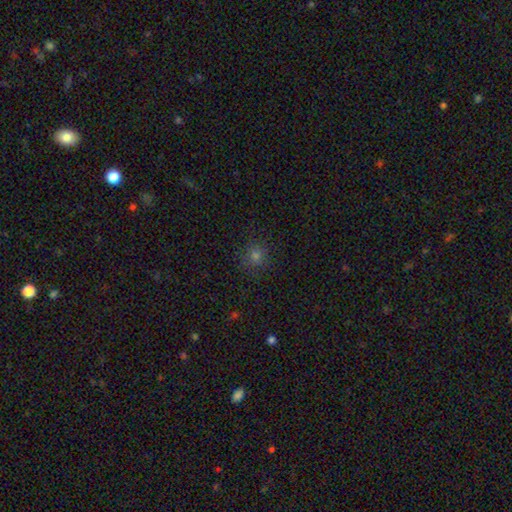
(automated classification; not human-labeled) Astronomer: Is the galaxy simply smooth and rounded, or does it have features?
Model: smooth — 71%.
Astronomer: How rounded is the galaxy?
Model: round — 91%.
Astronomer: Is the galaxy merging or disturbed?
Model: none — 87%.